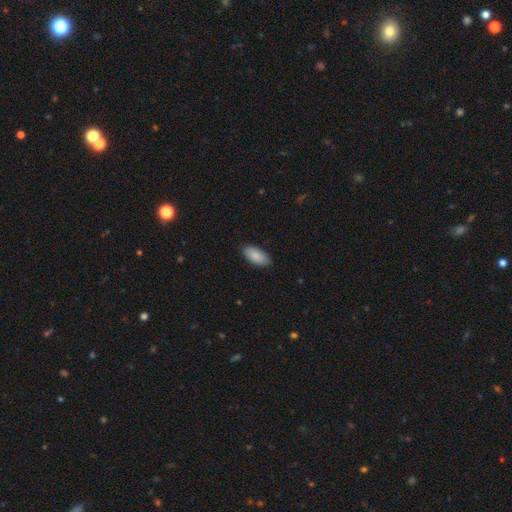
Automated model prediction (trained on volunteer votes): smooth_or_featured: smooth (p=0.89) [alt: star or artifact p=0.06]
how_rounded: in between (p=0.92) [alt: cigar-shaped p=0.06]
merging: none (p=0.87) [alt: minor disturbance p=0.10]